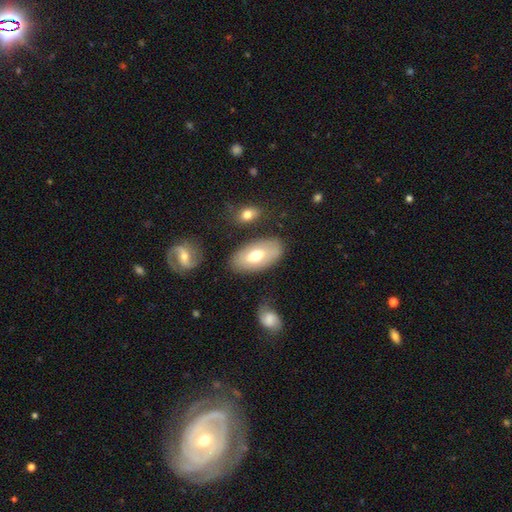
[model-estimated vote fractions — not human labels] smooth-or-featured: smooth: 60% | featured or disk: 34% | star or artifact: 6%
  how-rounded: in between: 94% | round: 4% | cigar-shaped: 3%
  merging: none: 78% | minor disturbance: 14% | major disturbance: 4% | merger: 4%